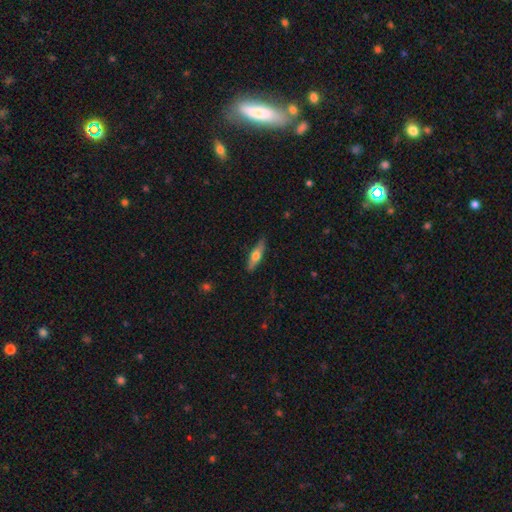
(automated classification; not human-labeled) Smooth or featured? smooth (50%)
Merging? none (84%)